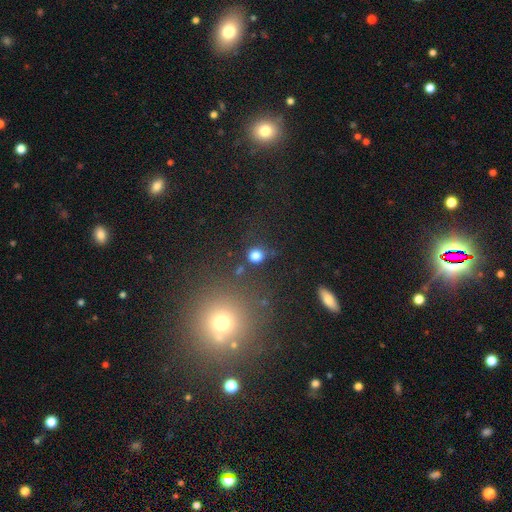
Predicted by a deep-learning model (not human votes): Smooth or featured? Predicted: smooth (p=0.80). How rounded? Predicted: round (p=0.85). Merging? Predicted: none (p=0.79).